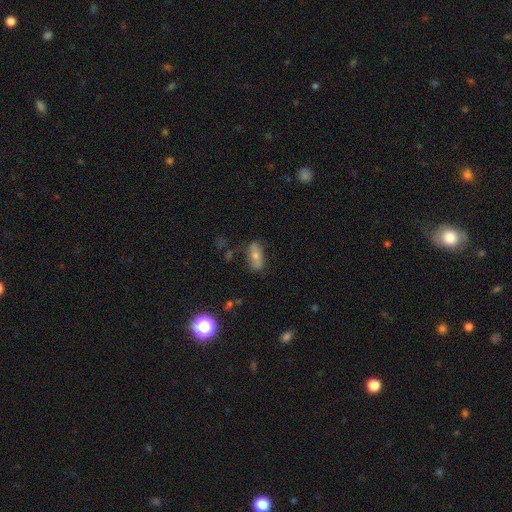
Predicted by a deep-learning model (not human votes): smooth 50%, featured or disk 34%, star or artifact 16%. Down the decision tree: merging — none (74%).